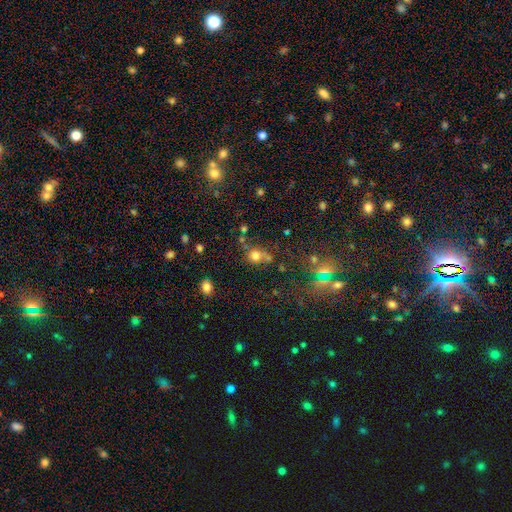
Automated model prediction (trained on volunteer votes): smooth_or_featured: smooth (p=0.70) [alt: star or artifact p=0.20]
how_rounded: round (p=0.82) [alt: in between p=0.16]
merging: none (p=0.57) [alt: merger p=0.21]